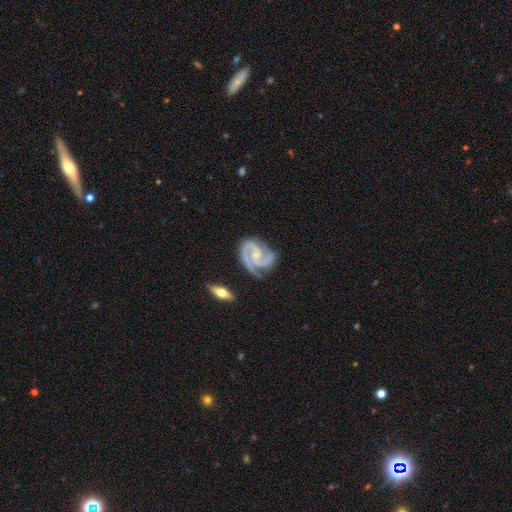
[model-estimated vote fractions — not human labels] Smooth or featured? featured or disk (93%)
Edge-on disk? no (98%)
Bar? no (52%)
Spiral arms? yes (99%)
Spiral winding? tight (48%)
Spiral arm count? 2 (77%)
Bulge size? small (60%)
Merging? none (69%)